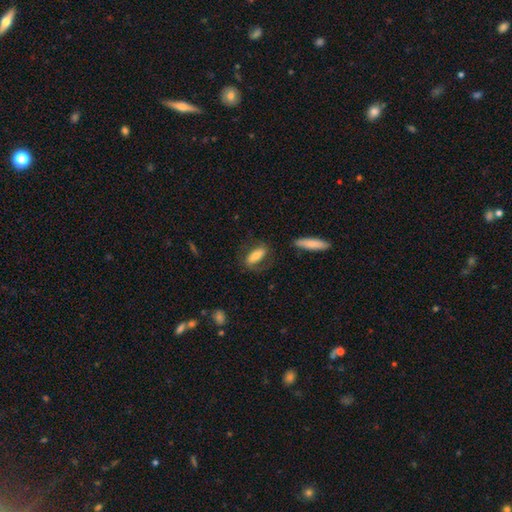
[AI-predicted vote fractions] Morphology: type=smooth (56%); roundness=in between (74%); merging=none (60%).